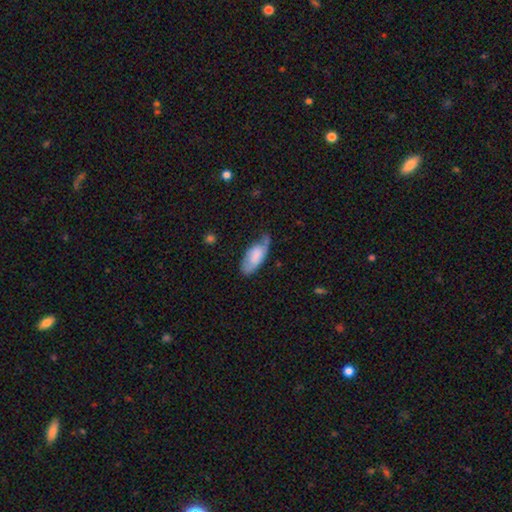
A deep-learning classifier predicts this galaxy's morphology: A smooth galaxy with no disk features (73%) that is in between round and cigar-shaped (87%).

Vote fractions:
- Smooth or featured? smooth: 73% / featured or disk: 21% / star or artifact: 6%
- How rounded? in between: 87% / cigar-shaped: 11% / round: 2%
- Merging? none: 44% / minor disturbance: 39% / major disturbance: 13% / merger: 3%